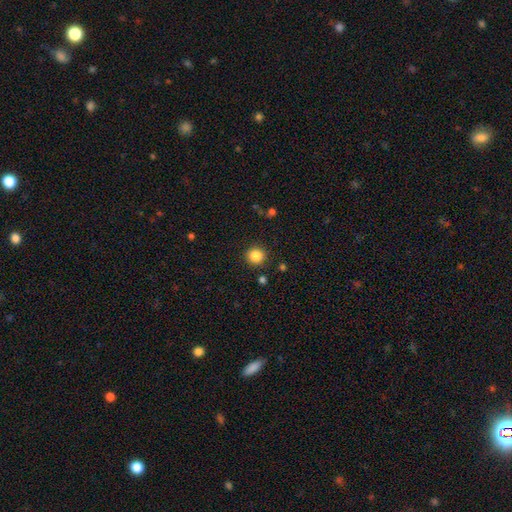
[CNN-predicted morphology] type=smooth (86%); roundness=round (93%); merging=none (90%).